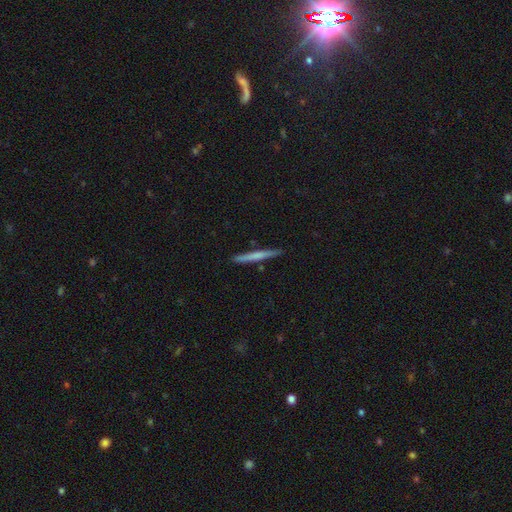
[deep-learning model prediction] Smooth or featured?
  - smooth: 58% *
  - featured or disk: 37%
  - star or artifact: 5%
How rounded?
  - cigar-shaped: 97% *
  - in between: 2%
  - round: 1%
Merging?
  - none: 90% *
  - minor disturbance: 7%
  - merger: 2%
  - major disturbance: 1%